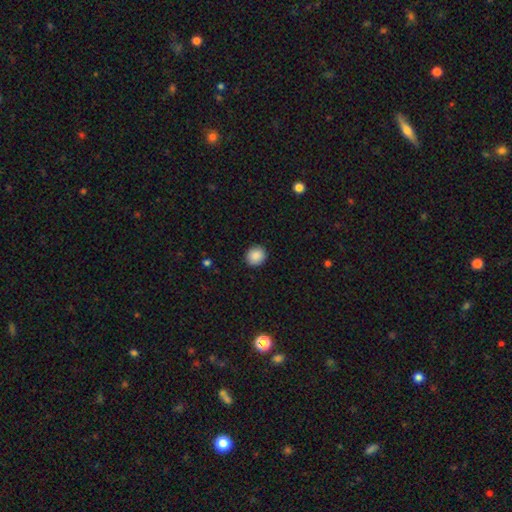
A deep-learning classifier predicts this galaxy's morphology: The model was most divided on "how rounded": round: 86%, in between: 13%, cigar-shaped: 1%. More confident: merging — none (91%); smooth or featured — smooth (88%).